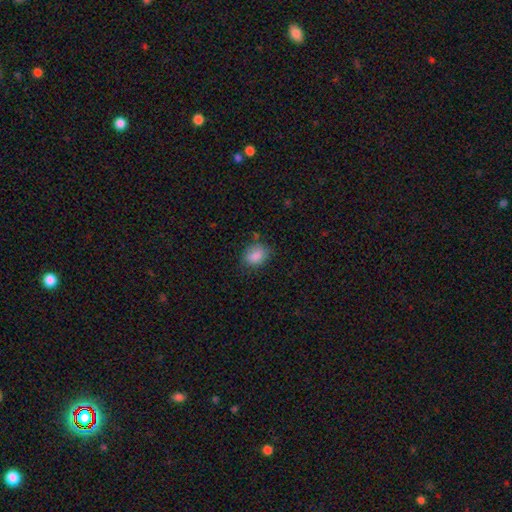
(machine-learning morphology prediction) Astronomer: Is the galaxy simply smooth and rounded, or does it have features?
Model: smooth — 86%.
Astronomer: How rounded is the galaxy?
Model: in between — 64%.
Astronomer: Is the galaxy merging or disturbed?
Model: none — 71%.